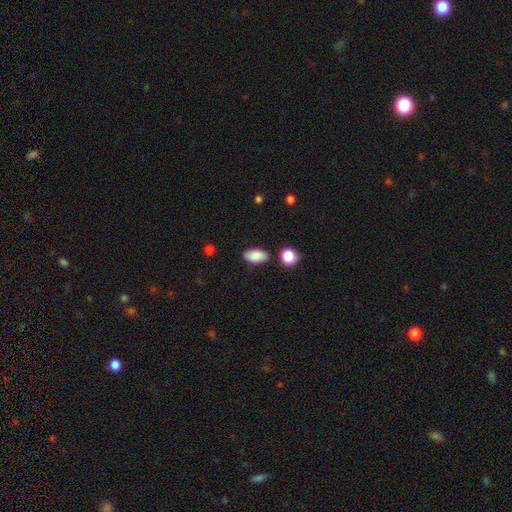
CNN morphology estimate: type=smooth (88%); roundness=in between (93%); merging=none (84%).